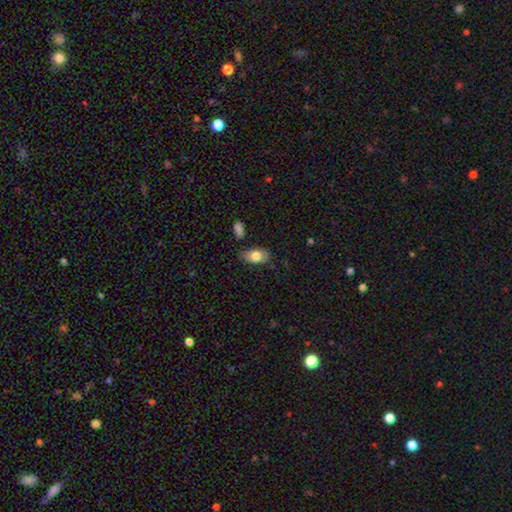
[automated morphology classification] A smooth galaxy with no disk features (77%) that is in between round and cigar-shaped (90%).

Vote fractions:
- Smooth or featured? smooth: 77% / featured or disk: 16% / star or artifact: 7%
- How rounded? in between: 90% / round: 7% / cigar-shaped: 3%
- Merging? none: 74% / minor disturbance: 19% / major disturbance: 4% / merger: 3%